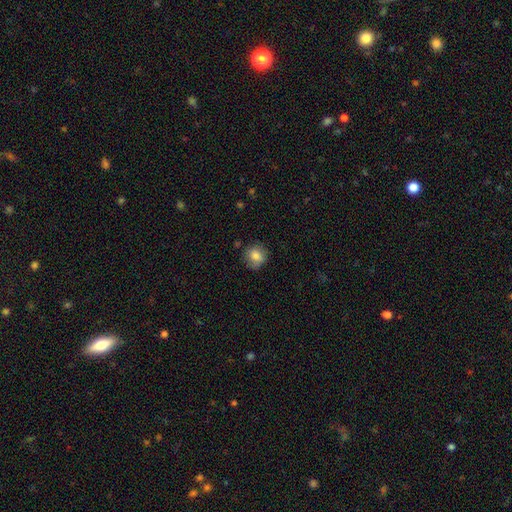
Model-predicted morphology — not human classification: Smooth or featured? smooth (82%)
How rounded? round (84%)
Merging? none (79%)